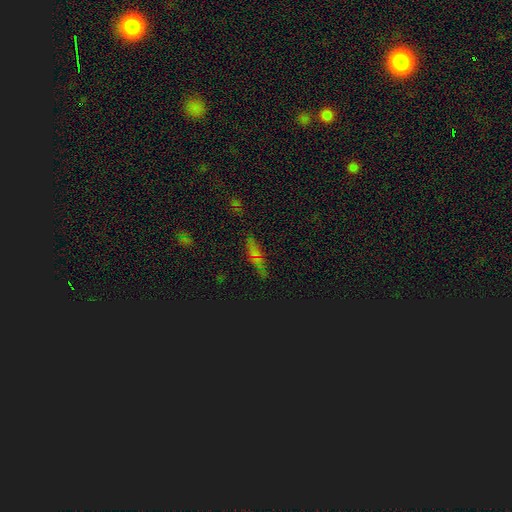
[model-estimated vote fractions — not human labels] Morphology: type=smooth (47%); merging=none (77%).